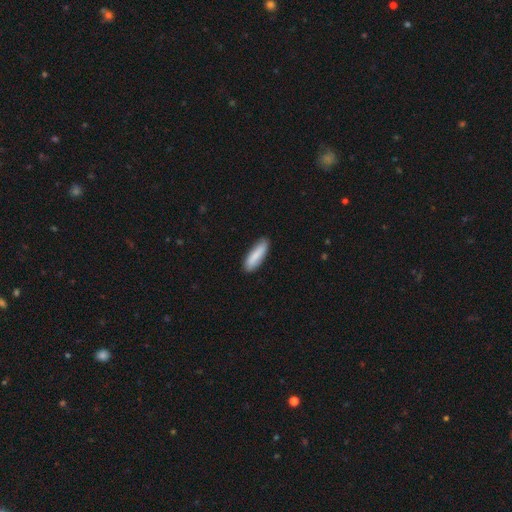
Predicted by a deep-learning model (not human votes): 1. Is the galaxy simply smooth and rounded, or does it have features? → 84% smooth, 10% featured or disk, 6% star or artifact.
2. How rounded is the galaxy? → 61% cigar-shaped, 38% in between, 2% round.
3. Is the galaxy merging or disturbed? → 85% none, 12% minor disturbance, 2% major disturbance, 1% merger.